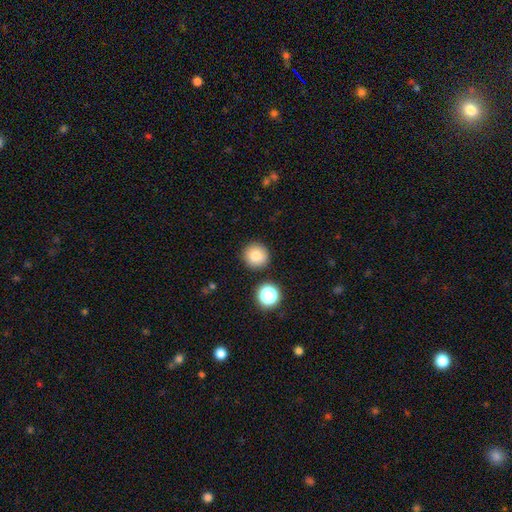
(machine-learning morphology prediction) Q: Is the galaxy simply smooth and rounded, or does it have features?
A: smooth — 81%.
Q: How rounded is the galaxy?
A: round — 95%.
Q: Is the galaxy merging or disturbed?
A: none — 89%.